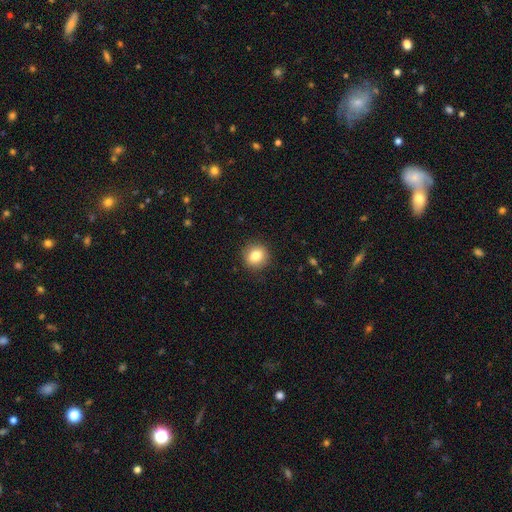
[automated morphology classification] smooth-or-featured: smooth: 83% | star or artifact: 9% | featured or disk: 7%
  how-rounded: round: 84% | in between: 15% | cigar-shaped: 1%
  merging: none: 91% | minor disturbance: 6% | major disturbance: 2% | merger: 1%